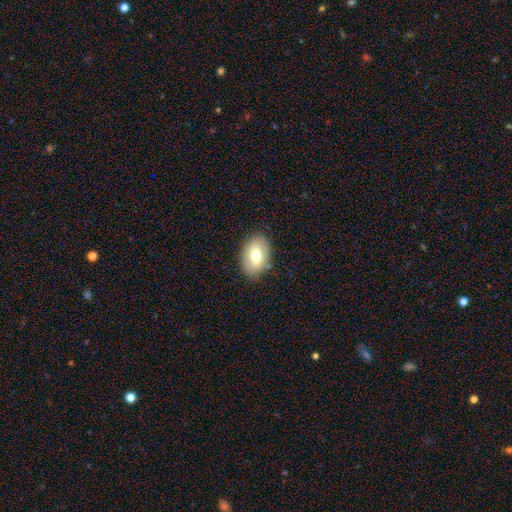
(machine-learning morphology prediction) The model was most divided on "smooth or featured": smooth: 62%, featured or disk: 31%, star or artifact: 7%. More confident: how rounded — in between (86%); merging — none (82%).